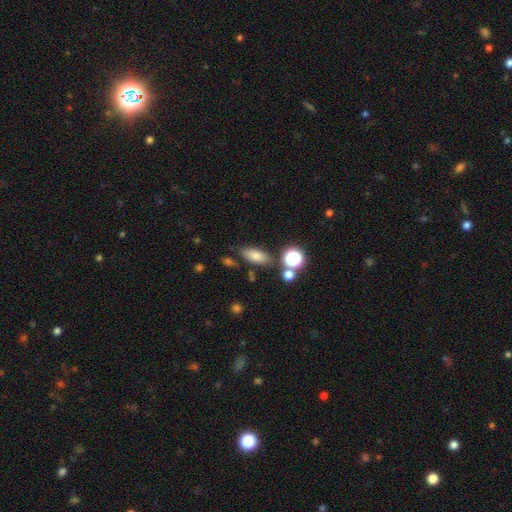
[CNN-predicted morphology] Smooth or featured? smooth (75%)
How rounded? in between (73%)
Merging? none (76%)